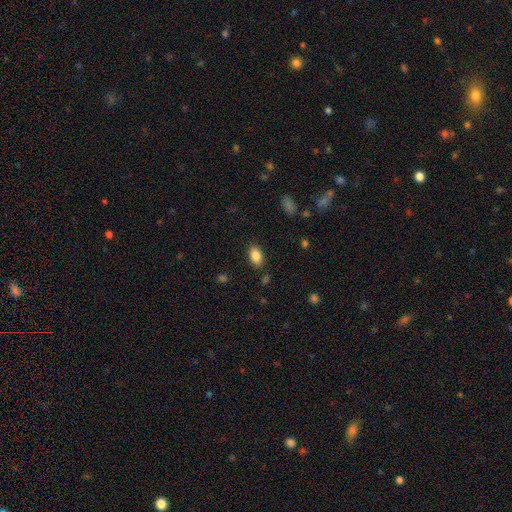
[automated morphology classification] A smooth galaxy with no disk features (87%) that is in between round and cigar-shaped (91%). Merging: none (85%).